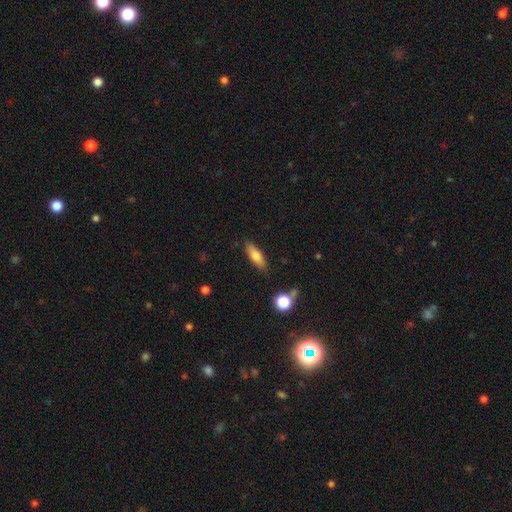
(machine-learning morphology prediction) Overall: smooth (68%). How rounded: cigar-shaped (49%; in between 48%). Merging: none (83%).